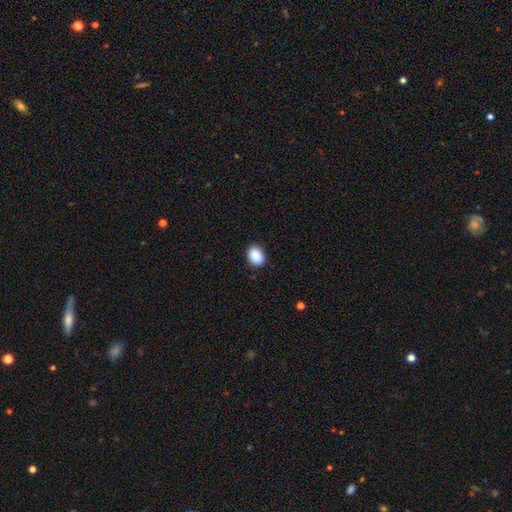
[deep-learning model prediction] Smooth or featured: smooth — 90% (star or artifact — 7%)
How rounded: in between — 70% (round — 29%)
Merging: none — 88% (minor disturbance — 9%)